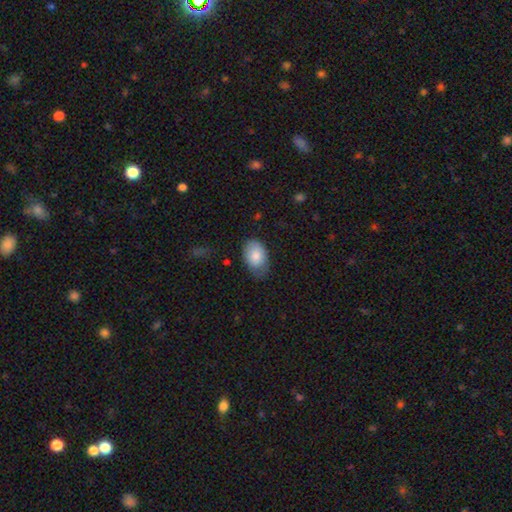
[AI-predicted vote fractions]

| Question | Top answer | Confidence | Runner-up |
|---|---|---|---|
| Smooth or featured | smooth | 84% | featured or disk (10%) |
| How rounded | in between | 89% | round (10%) |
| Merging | none | 63% | minor disturbance (29%) |